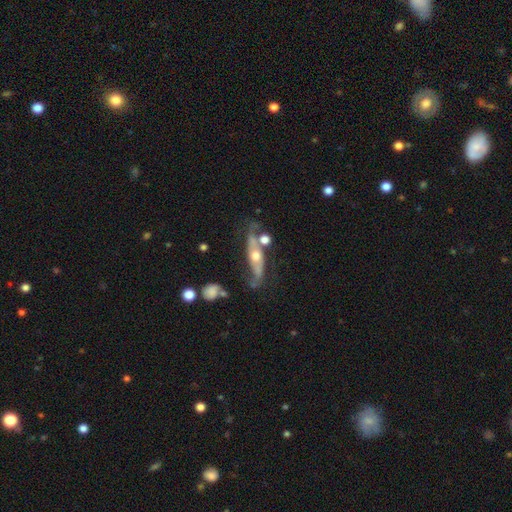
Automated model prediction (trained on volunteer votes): A featured or disk galaxy (76%).

Vote fractions:
- Smooth or featured? featured or disk: 76% / smooth: 17% / star or artifact: 7%
- Edge-on disk? no: 54% / yes: 46%
- Merging? none: 51% / minor disturbance: 21% / merger: 14% / major disturbance: 14%